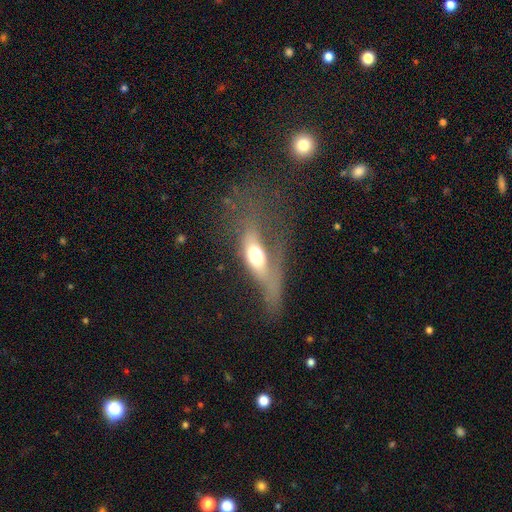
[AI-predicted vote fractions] Smooth or featured? Predicted: smooth (p=0.53). How rounded? Predicted: in between (p=0.66). Merging? Predicted: major disturbance (p=0.52).